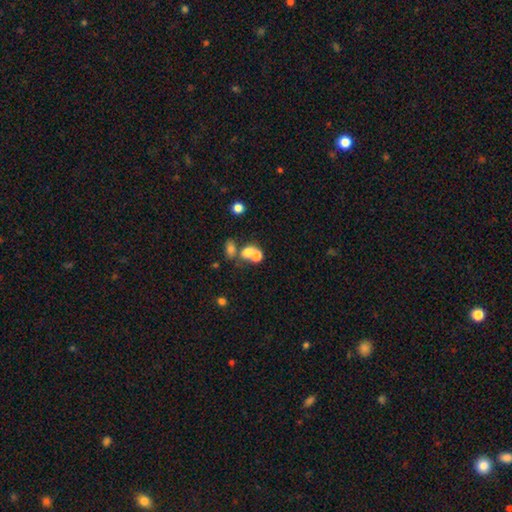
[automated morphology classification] Smooth or featured: smooth — 68% (featured or disk — 16%)
How rounded: round — 54% (in between — 44%)
Merging: merger — 55% (none — 31%)